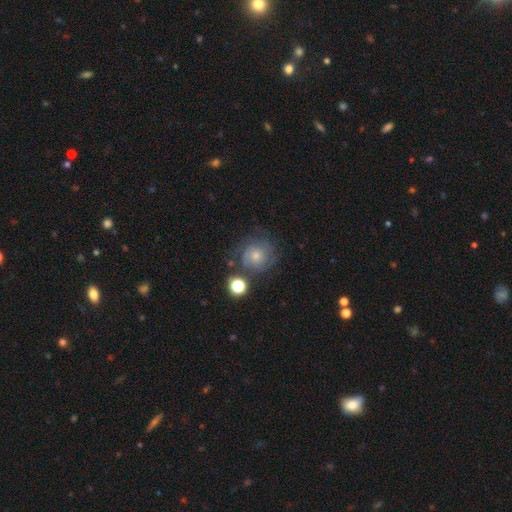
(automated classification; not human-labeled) A featured or disk galaxy (54%) with no bar (83%), spiral arms (83%) and a small central bulge (49%). Merging: none (65%).